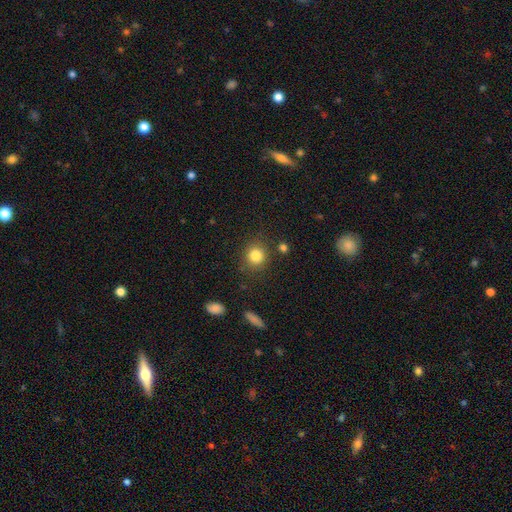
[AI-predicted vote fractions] This appears to be a smooth galaxy with no disk features (84%) that is round (84%). Merging: none (83%).